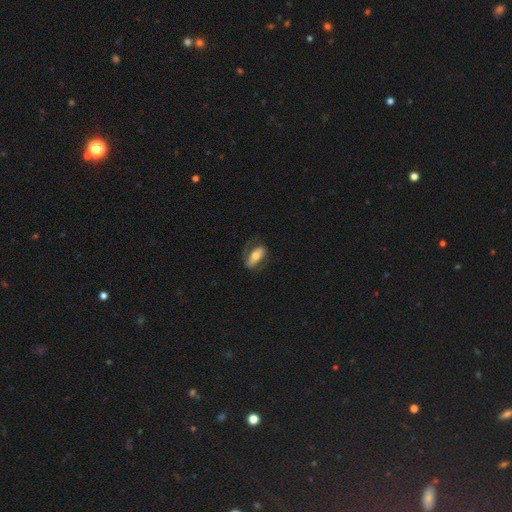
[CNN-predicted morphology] This is possibly a smooth galaxy (49%). Merging: likely none (64%).